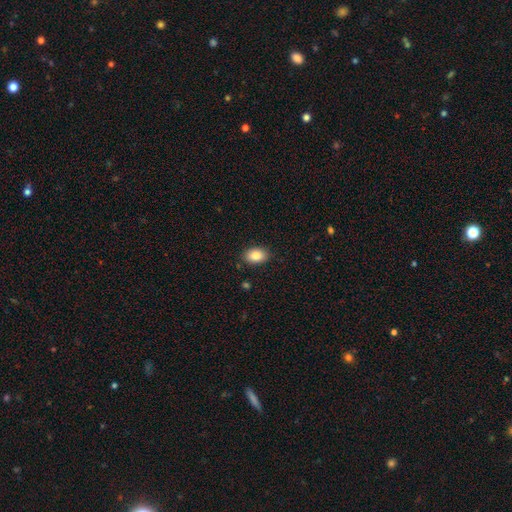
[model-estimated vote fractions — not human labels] smooth_or_featured: smooth (p=0.85) [alt: star or artifact p=0.08]
how_rounded: in between (p=0.83) [alt: round p=0.16]
merging: none (p=0.87) [alt: minor disturbance p=0.09]